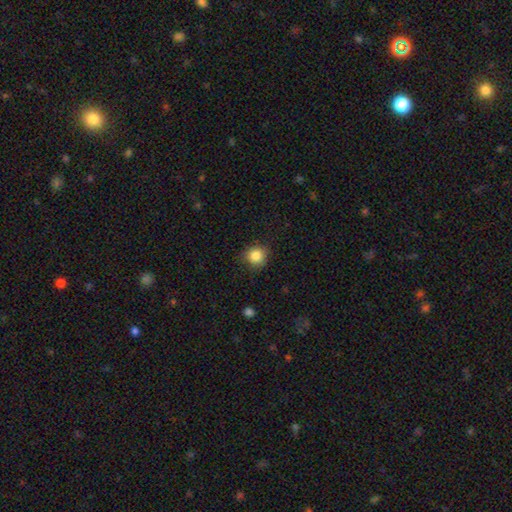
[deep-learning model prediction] smooth-or-featured: smooth: 85% | star or artifact: 10% | featured or disk: 5%
  how-rounded: round: 87% | in between: 12% | cigar-shaped: 1%
  merging: none: 80% | minor disturbance: 15% | major disturbance: 3% | merger: 1%